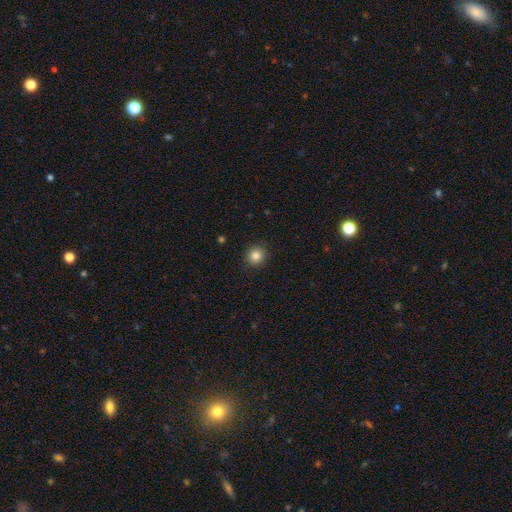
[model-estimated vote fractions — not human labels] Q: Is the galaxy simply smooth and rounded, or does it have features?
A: smooth — 84%.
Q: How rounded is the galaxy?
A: round — 92%.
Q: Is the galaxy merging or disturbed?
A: none — 90%.